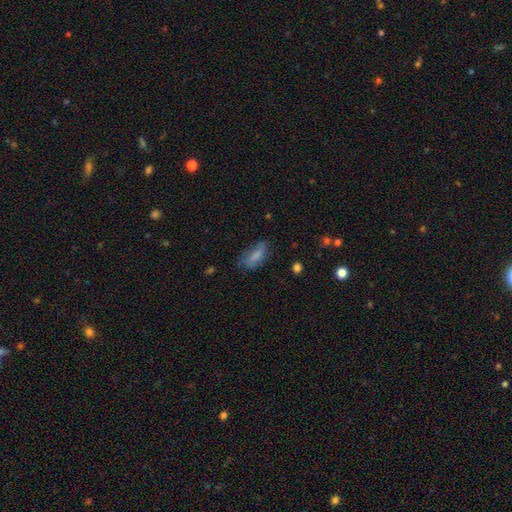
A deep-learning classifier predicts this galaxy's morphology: Smooth or featured? smooth (74%)
How rounded? in between (74%)
Merging? none (52%)